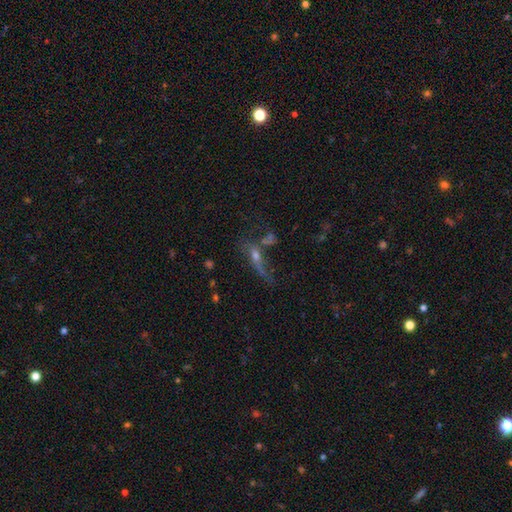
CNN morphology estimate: Smooth or featured? Predicted: featured or disk (p=0.50). Merging? Predicted: none (p=0.37).